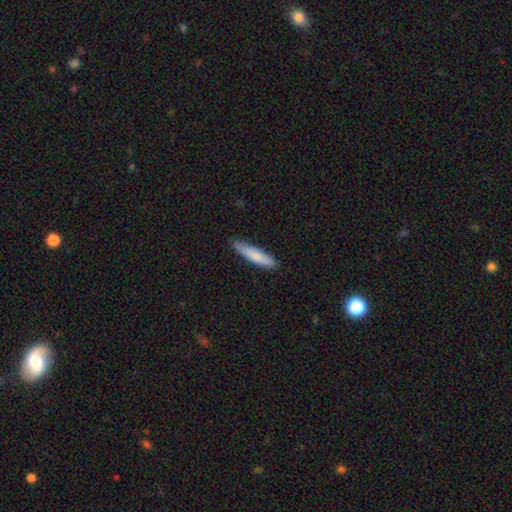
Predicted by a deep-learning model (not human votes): Overall: smooth (82%). How rounded: cigar-shaped (84%). Merging: none (85%).